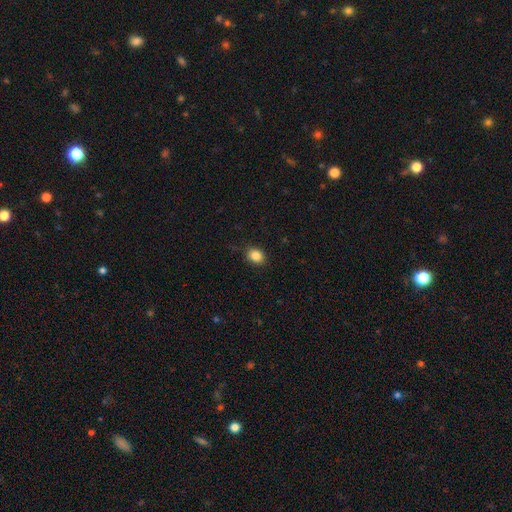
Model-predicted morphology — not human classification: smooth-or-featured: smooth: 86% | star or artifact: 10% | featured or disk: 5%
  how-rounded: in between: 53% | round: 46% | cigar-shaped: 1%
  merging: none: 88% | minor disturbance: 9% | major disturbance: 2% | merger: 1%